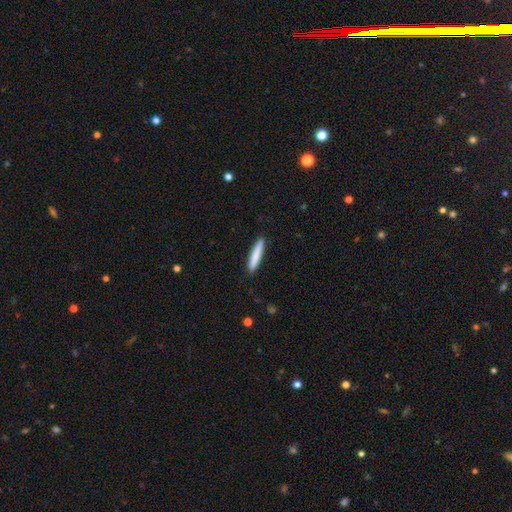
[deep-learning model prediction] This appears to be a smooth galaxy with no disk features (80%) that is cigar-shaped (94%). Merging: none (91%).